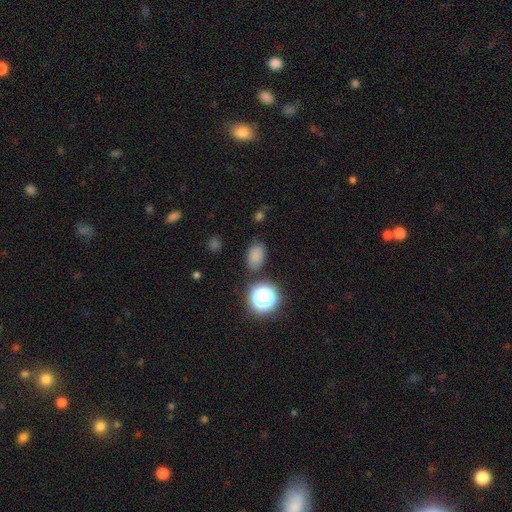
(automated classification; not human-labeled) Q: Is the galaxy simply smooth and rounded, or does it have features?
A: smooth — 77%.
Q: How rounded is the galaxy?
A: in between — 80%.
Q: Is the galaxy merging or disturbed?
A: none — 79%.